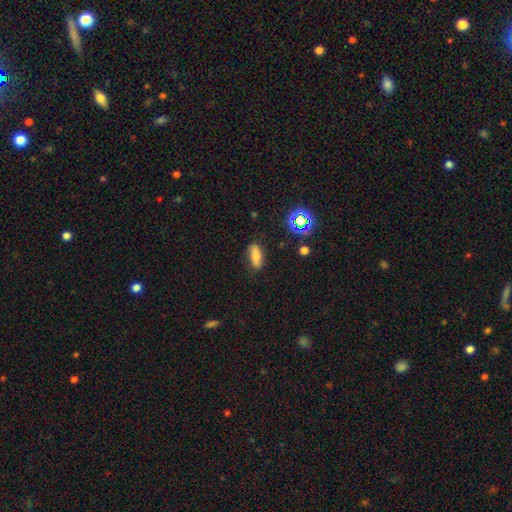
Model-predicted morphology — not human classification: A smooth galaxy with no disk features (72%) that is in between round and cigar-shaped (73%). Merging: none (83%).